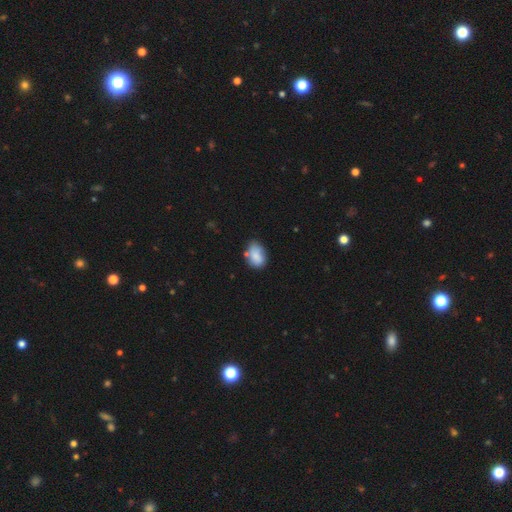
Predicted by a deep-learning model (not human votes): smooth 81%, featured or disk 11%, star or artifact 8%. Down the decision tree: how rounded — in between (82%); merging — none (57%).